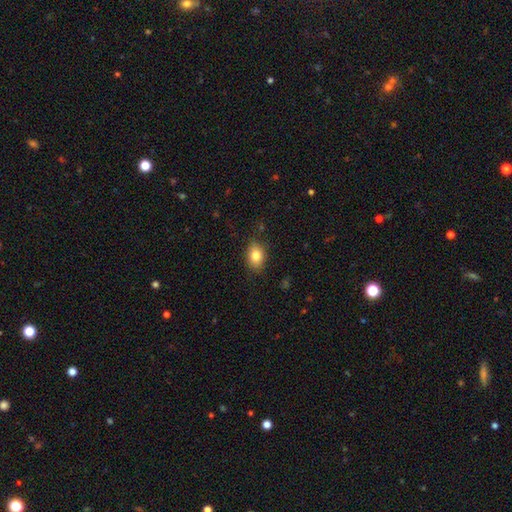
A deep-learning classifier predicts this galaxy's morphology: The model was most divided on "how rounded": in between: 70%, round: 29%, cigar-shaped: 1%. More confident: merging — none (83%); smooth or featured — smooth (83%).